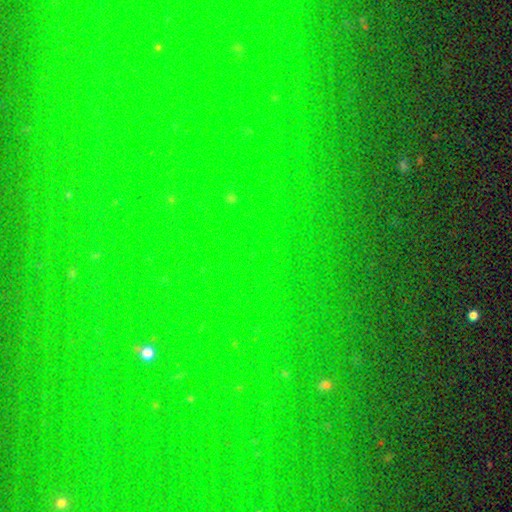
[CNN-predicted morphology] A star or artifact, not a galaxy (80%).

Vote fractions:
- Smooth or featured? star or artifact: 80% / smooth: 12% / featured or disk: 8%